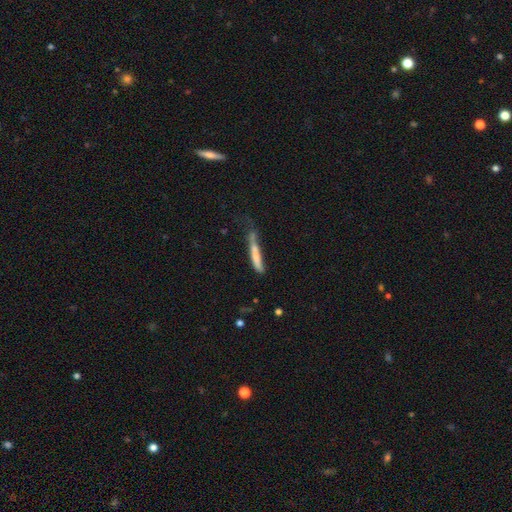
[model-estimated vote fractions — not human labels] Smooth or featured: smooth — 66% (featured or disk — 27%)
How rounded: cigar-shaped — 93% (in between — 6%)
Merging: none — 43% (minor disturbance — 29%)